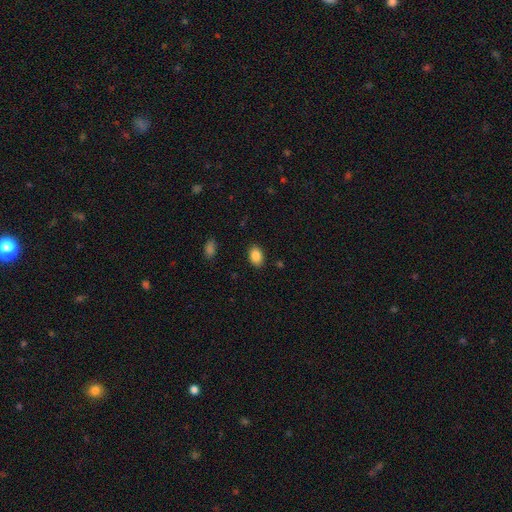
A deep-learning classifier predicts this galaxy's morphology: This appears to be a smooth galaxy with no disk features (87%) that is in between round and cigar-shaped (85%). Merging: none (88%).